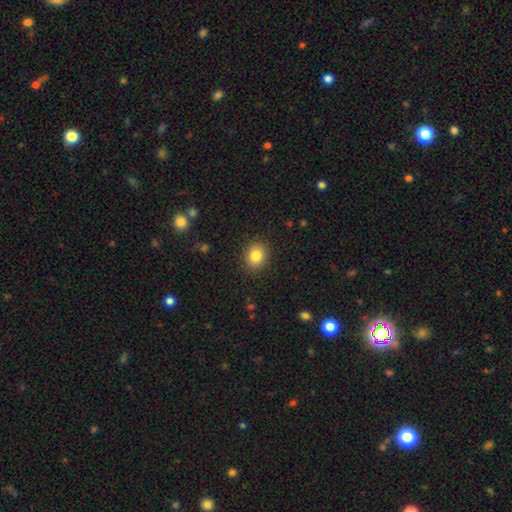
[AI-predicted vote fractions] Smooth or featured? Predicted: smooth (p=0.84). How rounded? Predicted: round (p=0.62). Merging? Predicted: none (p=0.88).